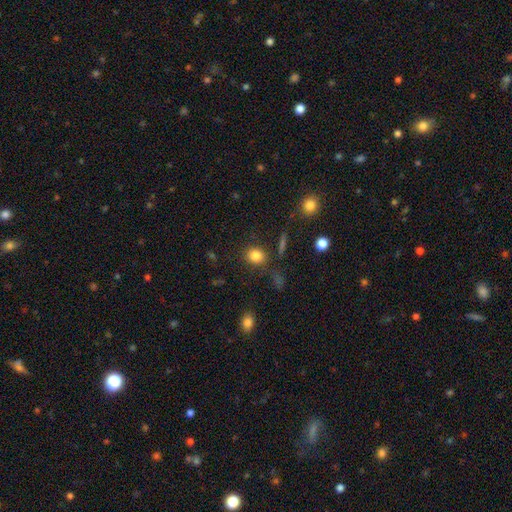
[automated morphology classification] type=smooth (83%); roundness=round (71%); merging=none (83%).